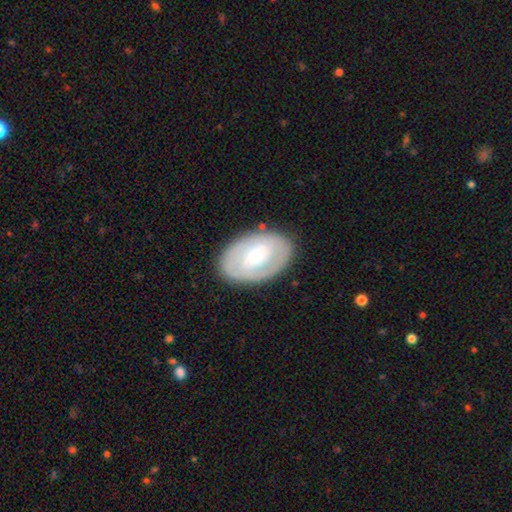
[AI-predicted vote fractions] smooth-or-featured: featured or disk: 64% | smooth: 31% | star or artifact: 5%
  disk-edge-on: no: 94% | yes: 6%
    bar: no: 50% | weak: 35% | strong: 15%
    has-spiral-arms: yes: 56% | no: 44%
    bulge-size: small: 65% | moderate: 31% | large: 2% | none: 1% | dominant: 1%
  merging: none: 81% | minor disturbance: 13% | major disturbance: 4% | merger: 1%